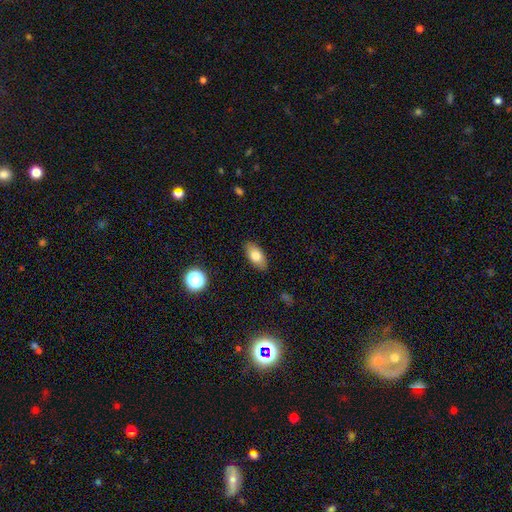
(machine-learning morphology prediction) smooth 78%, featured or disk 14%, star or artifact 8%. Down the decision tree: how rounded — in between (90%); merging — none (87%).